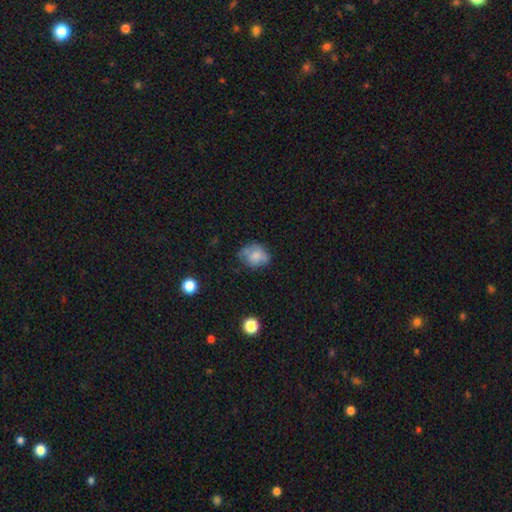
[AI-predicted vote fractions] This is likely a smooth galaxy (65%). How rounded: possibly in between (52%). Merging: possibly none (51%).